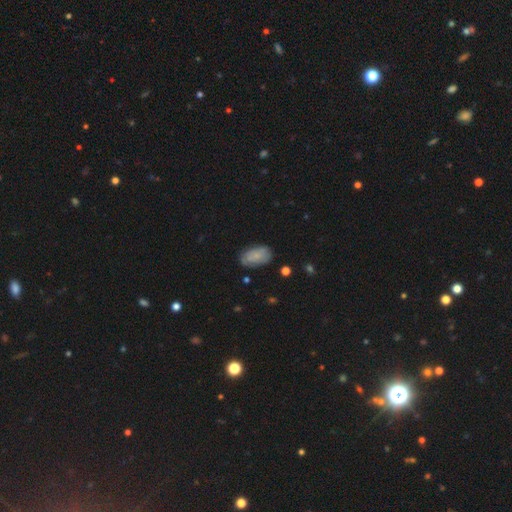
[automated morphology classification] This appears to be a smooth galaxy with no disk features (72%) that is in between round and cigar-shaped (93%). Merging: none (74%).